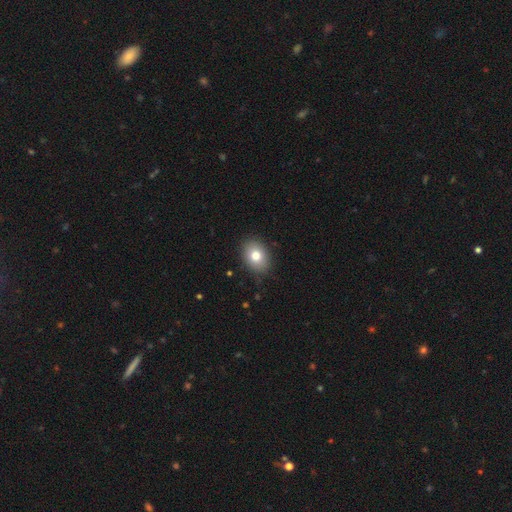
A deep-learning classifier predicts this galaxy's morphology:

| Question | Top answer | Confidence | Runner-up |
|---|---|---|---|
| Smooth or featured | smooth | 78% | featured or disk (13%) |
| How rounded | in between | 69% | round (30%) |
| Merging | none | 86% | minor disturbance (11%) |